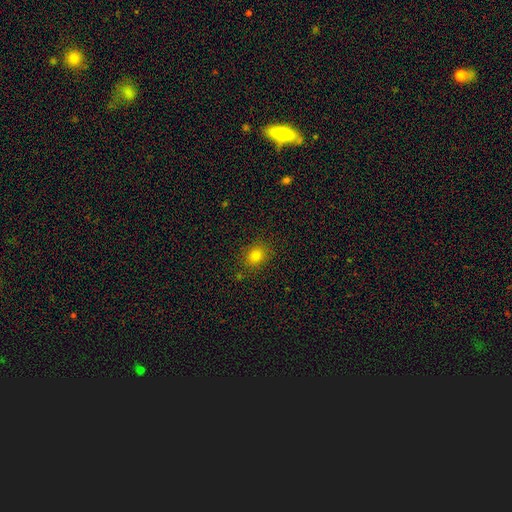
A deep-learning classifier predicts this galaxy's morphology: smooth_or_featured: smooth (p=0.79) [alt: star or artifact p=0.14]
how_rounded: round (p=0.57) [alt: in between p=0.42]
merging: none (p=0.85) [alt: minor disturbance p=0.11]